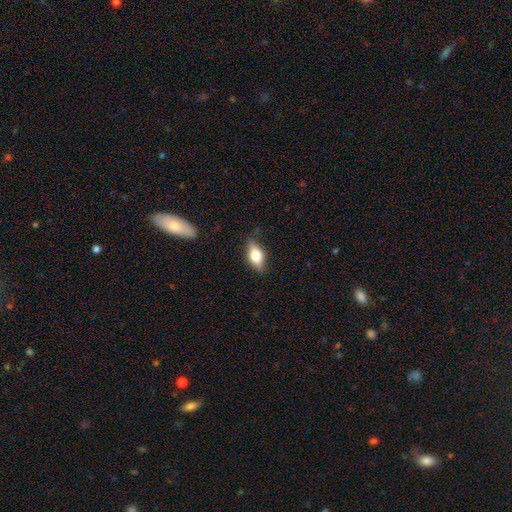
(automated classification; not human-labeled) Smooth or featured: smooth — 57% (featured or disk — 35%)
How rounded: in between — 78% (cigar-shaped — 15%)
Merging: none — 81% (minor disturbance — 14%)